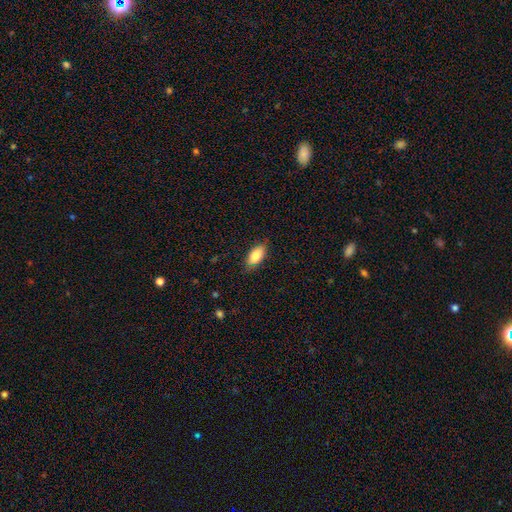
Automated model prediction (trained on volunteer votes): smooth 83%, featured or disk 11%, star or artifact 6%. Down the decision tree: how rounded — in between (87%); merging — none (80%).